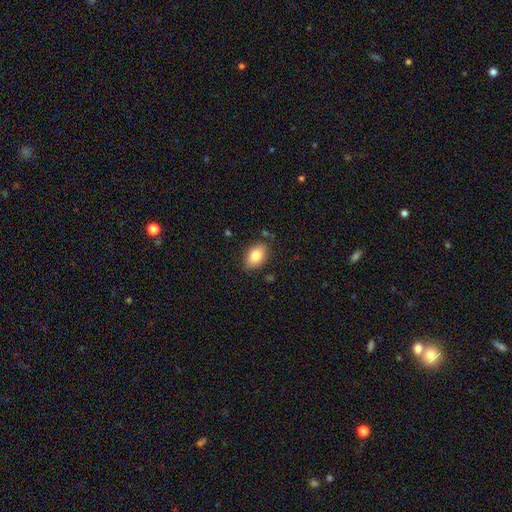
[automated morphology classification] A smooth galaxy with no disk features (83%) that is in between round and cigar-shaped (86%).

Vote fractions:
- Smooth or featured? smooth: 83% / featured or disk: 10% / star or artifact: 7%
- How rounded? in between: 86% / round: 13% / cigar-shaped: 1%
- Merging? none: 83% / minor disturbance: 12% / major disturbance: 3% / merger: 2%